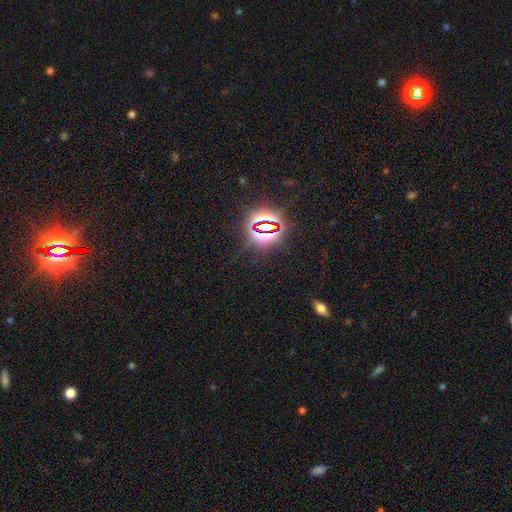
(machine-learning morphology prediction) A star or artifact, not a galaxy (83%).

Vote fractions:
- Smooth or featured? star or artifact: 83% / smooth: 11% / featured or disk: 7%